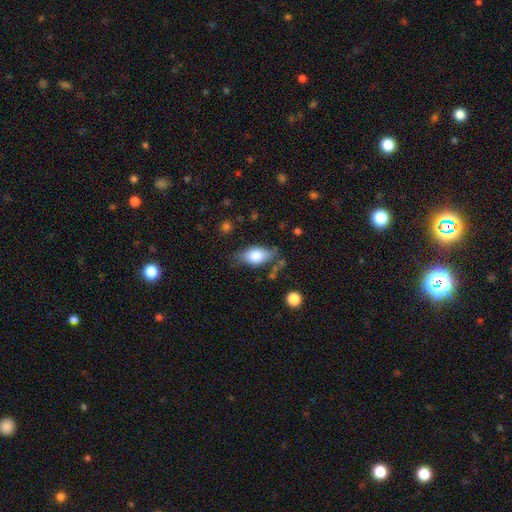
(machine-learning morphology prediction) Smooth or featured?
  - smooth: 74% *
  - featured or disk: 19%
  - star or artifact: 7%
How rounded?
  - in between: 87% *
  - cigar-shaped: 7%
  - round: 6%
Merging?
  - none: 66% *
  - minor disturbance: 23%
  - major disturbance: 7%
  - merger: 4%